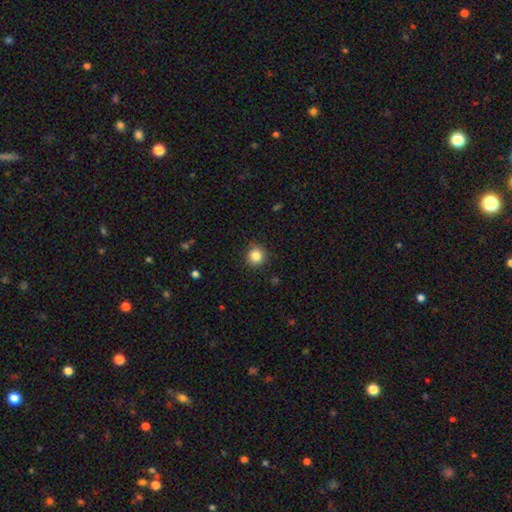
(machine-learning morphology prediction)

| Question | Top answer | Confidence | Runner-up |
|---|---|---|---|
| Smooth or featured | smooth | 85% | star or artifact (11%) |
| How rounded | round | 93% | in between (6%) |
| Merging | none | 90% | minor disturbance (7%) |